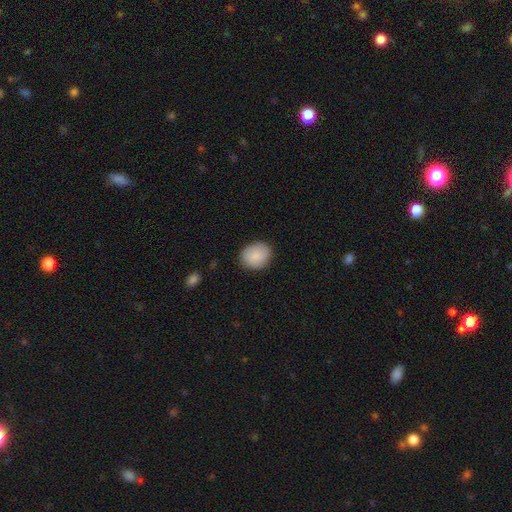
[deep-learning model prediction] Overall: smooth (87%). How rounded: round (62%; in between 37%). Merging: none (87%).